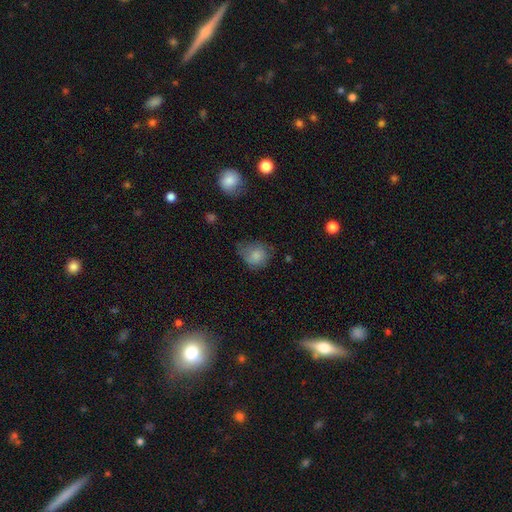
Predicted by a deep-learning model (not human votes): Smooth or featured? smooth (77%)
How rounded? round (60%)
Merging? none (43%)